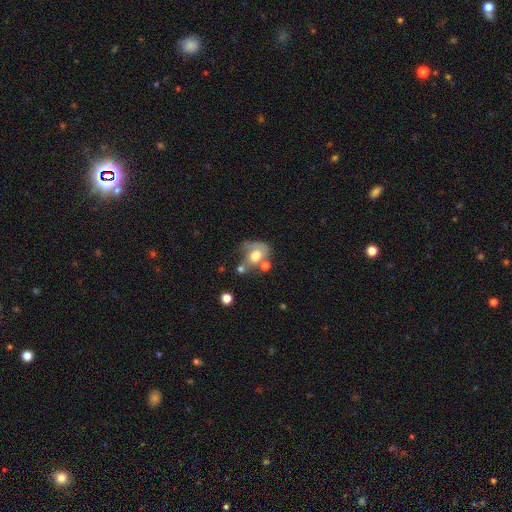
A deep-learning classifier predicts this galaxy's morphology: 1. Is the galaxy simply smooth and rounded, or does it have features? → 51% smooth, 40% featured or disk, 9% star or artifact.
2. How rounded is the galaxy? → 60% in between, 39% round, 1% cigar-shaped.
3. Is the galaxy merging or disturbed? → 28% merger, 27% major disturbance, 26% none, 20% minor disturbance.